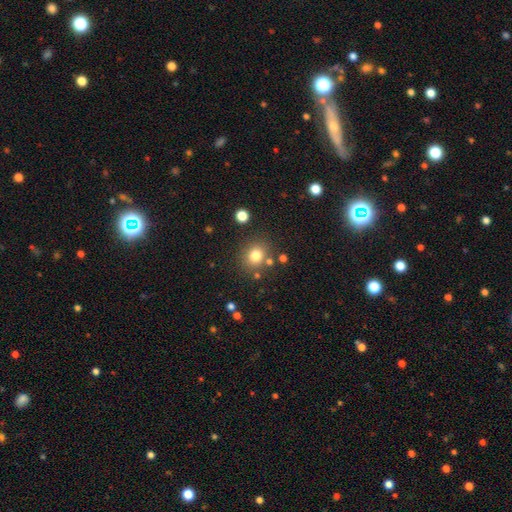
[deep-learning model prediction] Morphology: type=smooth (79%); roundness=round (79%); merging=none (81%).